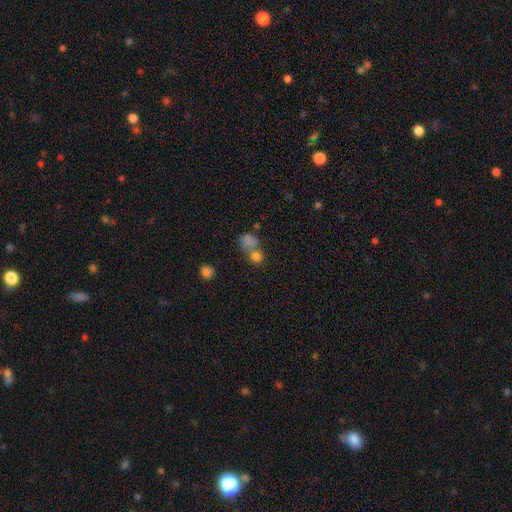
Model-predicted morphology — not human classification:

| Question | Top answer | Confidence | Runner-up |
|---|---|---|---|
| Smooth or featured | smooth | 75% | star or artifact (16%) |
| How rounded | round | 74% | in between (25%) |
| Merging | merger | 43% | none (42%) |